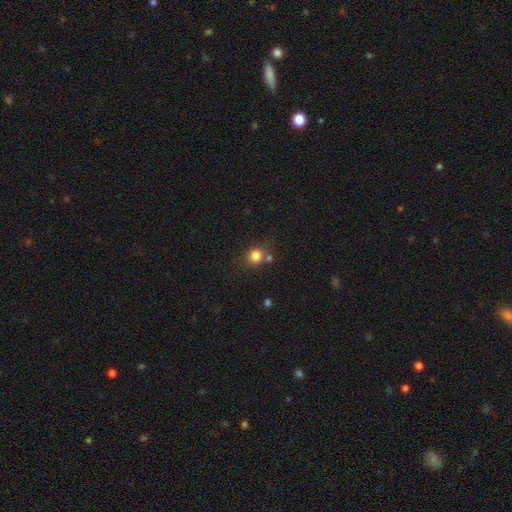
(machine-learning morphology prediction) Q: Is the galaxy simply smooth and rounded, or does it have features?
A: smooth — 81%.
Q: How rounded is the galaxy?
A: round — 82%.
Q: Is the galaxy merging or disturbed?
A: none — 65%.